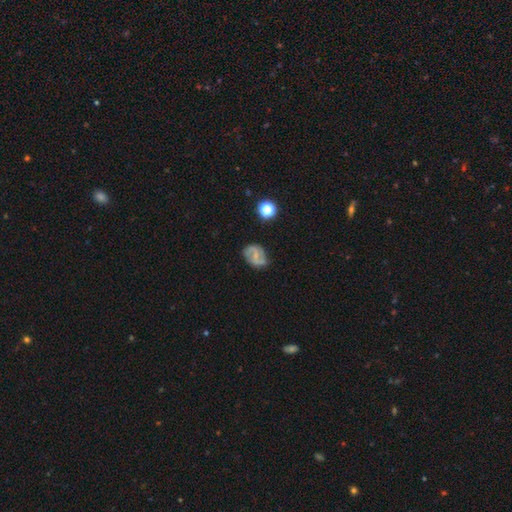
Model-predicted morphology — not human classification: smooth_or_featured: featured or disk (p=0.68) [alt: smooth p=0.23]
disk_edge_on: no (p=0.98) [alt: yes p=0.02]
bar: weak (p=0.47) [alt: no p=0.35]
has_spiral_arms: yes (p=0.86) [alt: no p=0.14]
spiral_winding: medium (p=0.47) [alt: loose p=0.31]
spiral_arm_count: 2 (p=0.83) [alt: can't tell p=0.09]
bulge_size: small (p=0.58) [alt: none p=0.23]
merging: none (p=0.69) [alt: minor disturbance p=0.21]